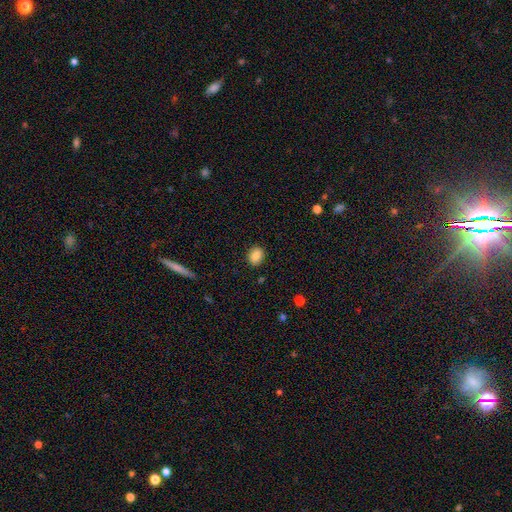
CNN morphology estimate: Overall: smooth (86%). How rounded: in between (51%; round 48%). Merging: none (89%).